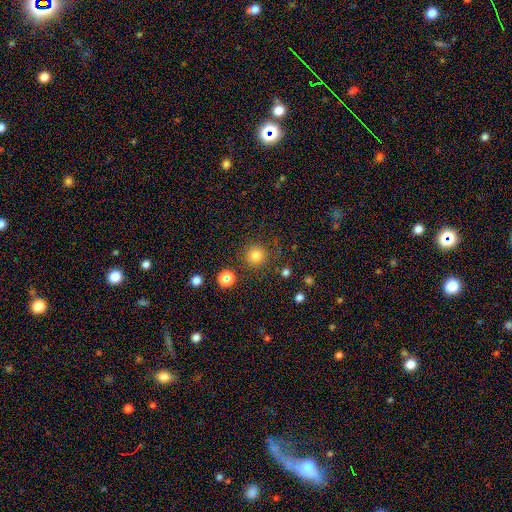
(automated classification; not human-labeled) smooth 79%, star or artifact 15%, featured or disk 6%. Down the decision tree: how rounded — round (95%); merging — none (84%).